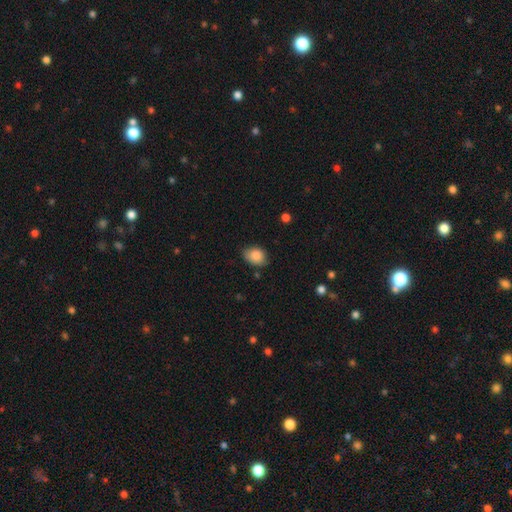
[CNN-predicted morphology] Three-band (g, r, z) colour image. It shows a smooth galaxy with no disk features (87%) that is in between round and cigar-shaped (67%). Merging: none (74%).